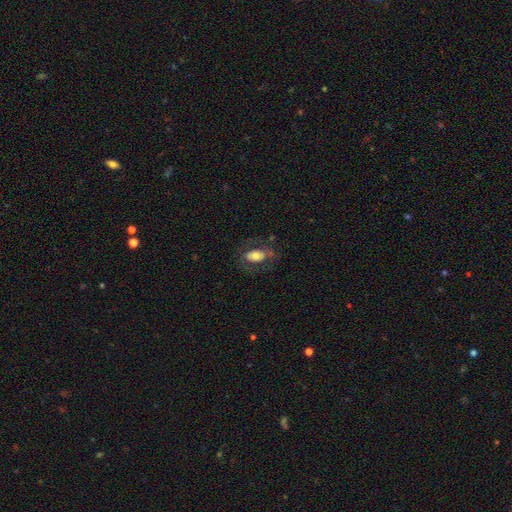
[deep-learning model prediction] smooth 57%, featured or disk 36%, star or artifact 7%. Down the decision tree: how rounded — in between (88%); merging — none (68%).